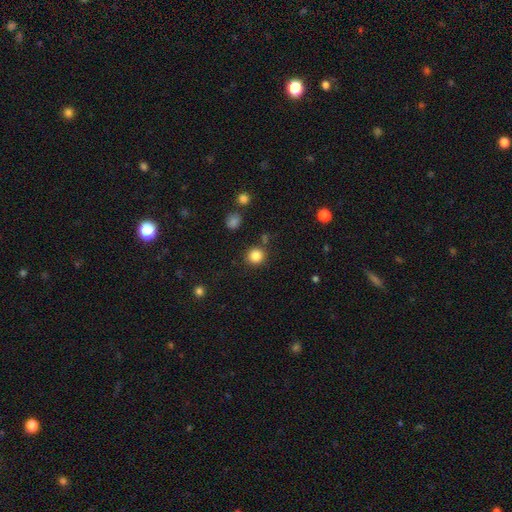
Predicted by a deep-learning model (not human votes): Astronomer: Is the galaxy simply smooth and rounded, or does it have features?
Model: smooth — 85%.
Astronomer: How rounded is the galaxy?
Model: round — 91%.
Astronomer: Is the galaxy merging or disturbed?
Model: none — 86%.